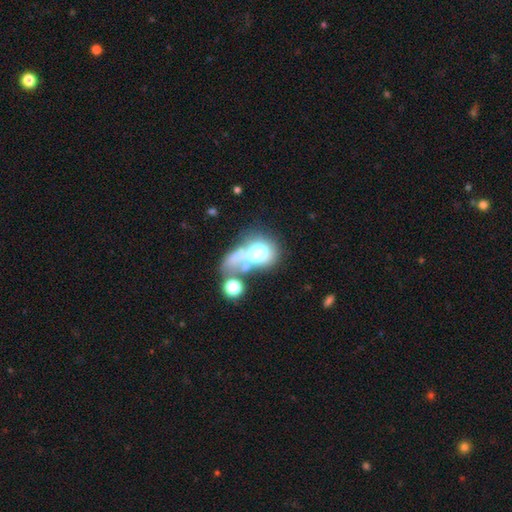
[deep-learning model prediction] smooth-or-featured: smooth: 48% | featured or disk: 36% | star or artifact: 16%
  merging: merger: 52% | major disturbance: 21% | none: 17% | minor disturbance: 10%